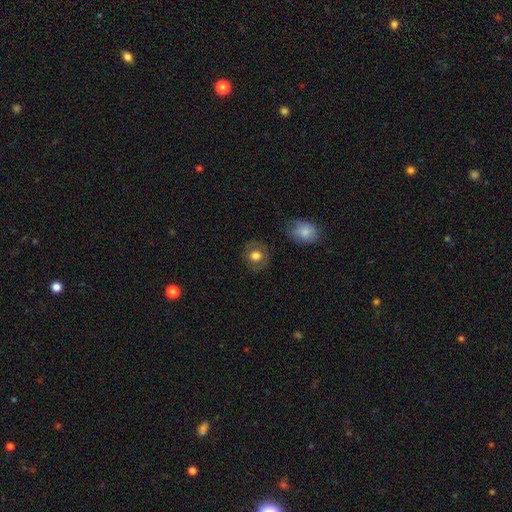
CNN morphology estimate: Smooth or featured: smooth — 73% (featured or disk — 18%)
How rounded: round — 84% (in between — 15%)
Merging: none — 84% (minor disturbance — 10%)